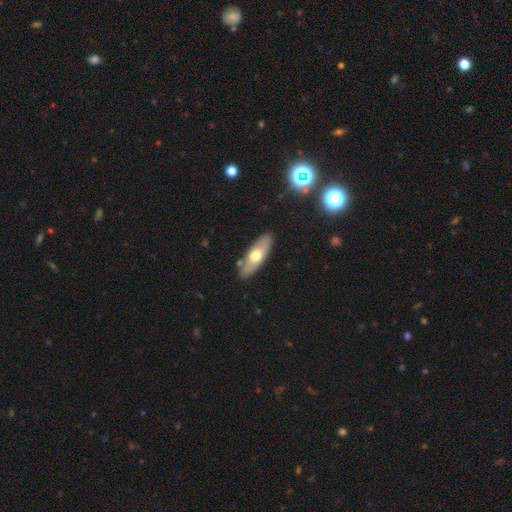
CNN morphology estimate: The model was most divided on "smooth or featured": smooth: 54%, featured or disk: 41%, star or artifact: 5%. More confident: merging — none (85%); how rounded — in between (63%).